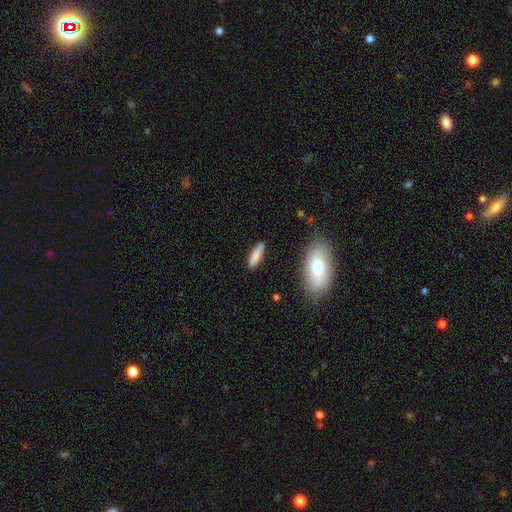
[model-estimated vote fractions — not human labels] Smooth or featured?
  - smooth: 80% *
  - featured or disk: 13%
  - star or artifact: 6%
How rounded?
  - cigar-shaped: 67% *
  - in between: 31%
  - round: 2%
Merging?
  - none: 85% *
  - minor disturbance: 10%
  - major disturbance: 2%
  - merger: 2%